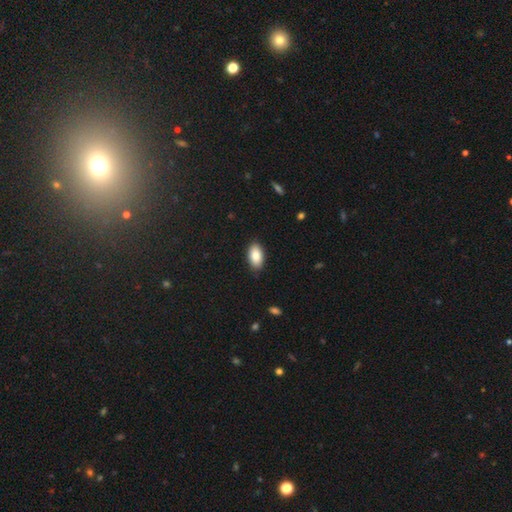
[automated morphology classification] smooth 87%, star or artifact 7%, featured or disk 6%. Down the decision tree: how rounded — in between (94%); merging — none (87%).